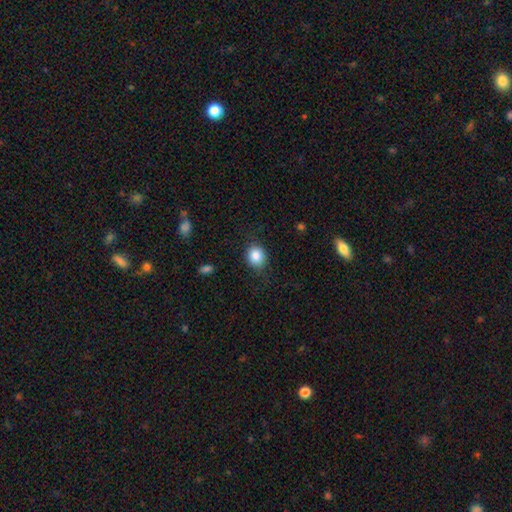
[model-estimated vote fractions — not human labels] Smooth or featured? smooth (85%)
How rounded? round (71%)
Merging? none (81%)